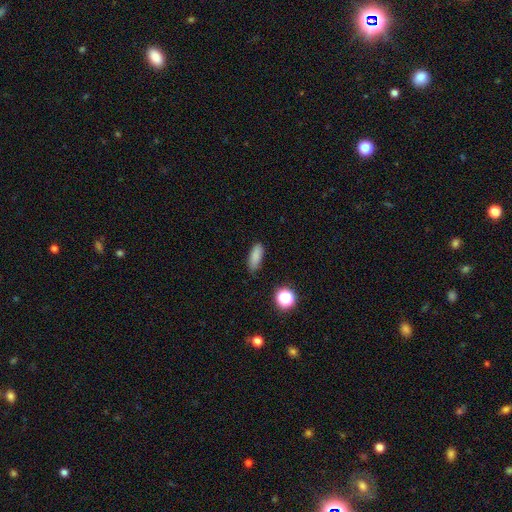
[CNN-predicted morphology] A smooth galaxy with no disk features (84%) that is in between round and cigar-shaped (68%). Merging: none (81%).